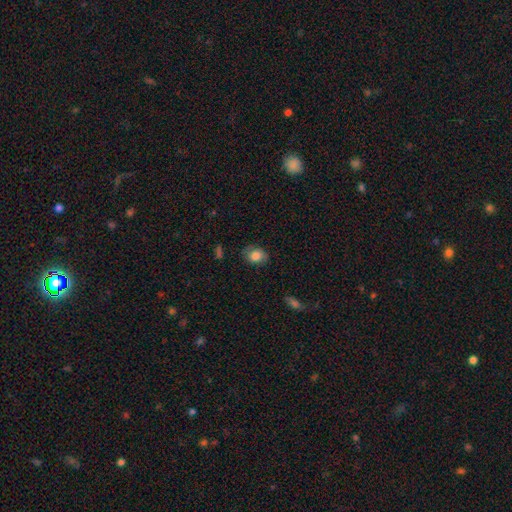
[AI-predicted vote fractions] smooth 77%, featured or disk 14%, star or artifact 9%. Down the decision tree: how rounded — in between (64%); merging — none (72%).